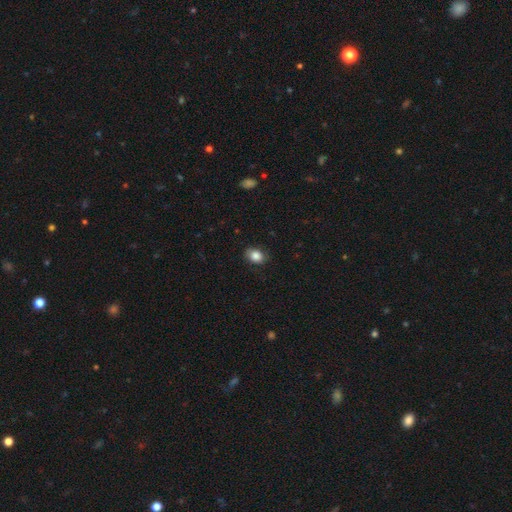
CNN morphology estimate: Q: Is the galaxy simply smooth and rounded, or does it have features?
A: smooth — 85%.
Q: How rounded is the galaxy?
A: in between — 64%.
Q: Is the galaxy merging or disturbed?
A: none — 82%.